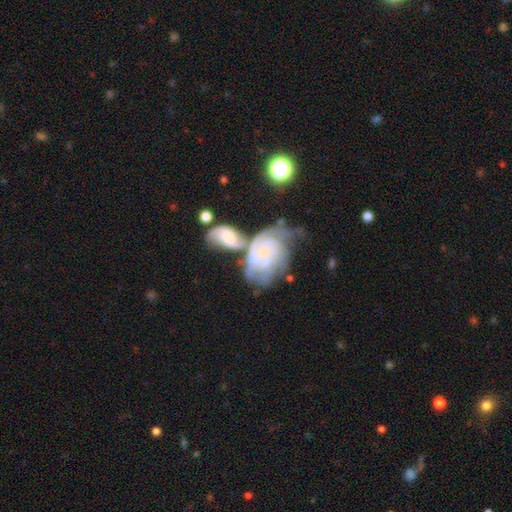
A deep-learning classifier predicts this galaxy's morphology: A featured or disk galaxy (77%) with no bar (71%), tight (61%) spiral arms (88%) and a small central bulge (60%).

Vote fractions:
- Smooth or featured? featured or disk: 77% / smooth: 17% / star or artifact: 6%
- Edge-on disk? no: 97% / yes: 3%
- Bar? no: 71% / weak: 23% / strong: 5%
- Spiral arms? yes: 88% / no: 12%
- Spiral winding? tight: 61% / medium: 27% / loose: 11%
- Spiral arm count? can't tell: 38% / 2: 28% / 3: 17% / 1: 8% / 4: 6% / more than 4: 4%
- Bulge size? small: 60% / none: 18% / moderate: 17% / large: 3% / dominant: 1%
- Merging? merger: 46% / none: 21% / major disturbance: 18% / minor disturbance: 15%